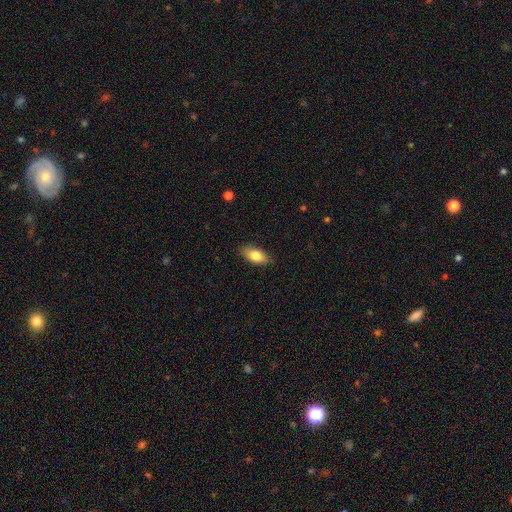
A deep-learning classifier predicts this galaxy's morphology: smooth_or_featured: smooth (p=0.81) [alt: featured or disk p=0.12]
how_rounded: in between (p=0.88) [alt: cigar-shaped p=0.09]
merging: none (p=0.86) [alt: minor disturbance p=0.11]